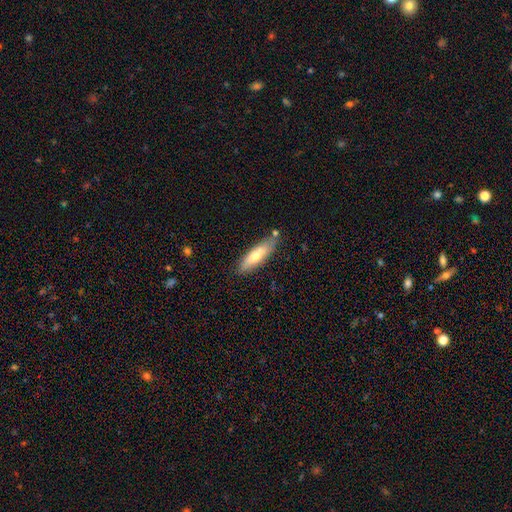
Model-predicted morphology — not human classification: The model was most divided on "how rounded": cigar-shaped: 59%, in between: 39%, round: 2%. More confident: merging — none (74%); smooth or featured — smooth (61%).